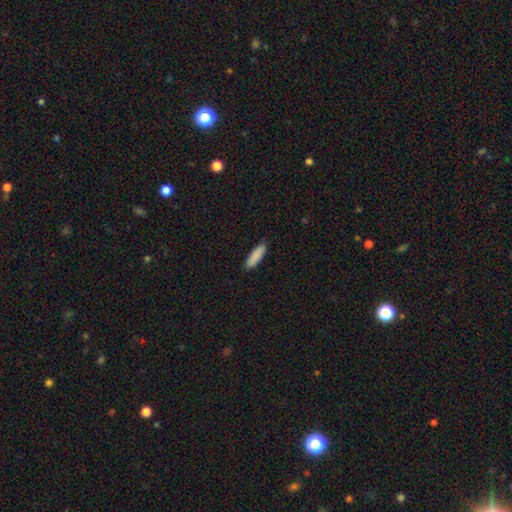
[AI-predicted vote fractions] smooth-or-featured: smooth: 88% | star or artifact: 6% | featured or disk: 6%
  how-rounded: cigar-shaped: 65% | in between: 33% | round: 1%
  merging: none: 86% | minor disturbance: 11% | major disturbance: 2% | merger: 1%